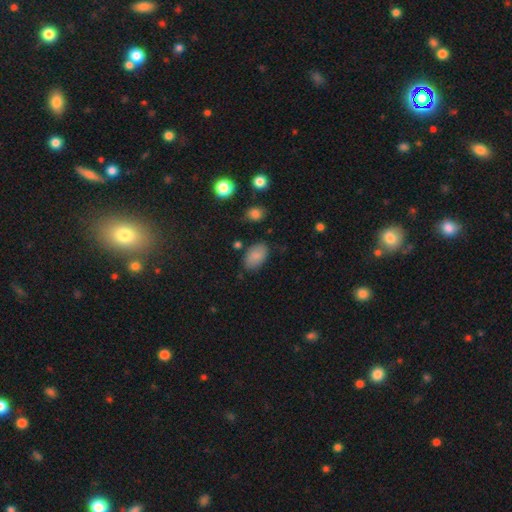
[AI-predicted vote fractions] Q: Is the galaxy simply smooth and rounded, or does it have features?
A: smooth — 84%.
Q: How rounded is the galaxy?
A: in between — 92%.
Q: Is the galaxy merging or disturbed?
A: none — 79%.